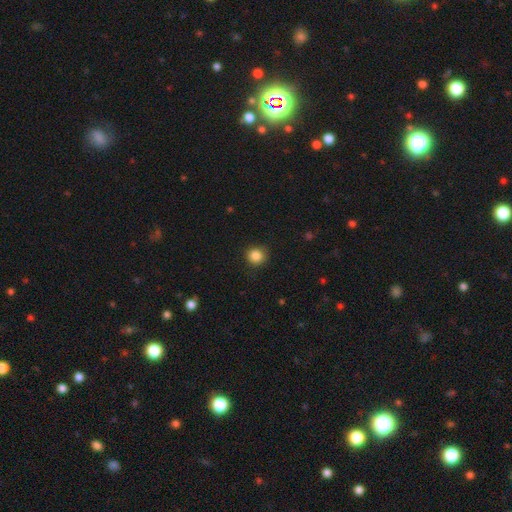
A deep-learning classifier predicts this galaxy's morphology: smooth-or-featured: smooth: 86% | star or artifact: 11% | featured or disk: 4%
  how-rounded: round: 92% | in between: 7% | cigar-shaped: 1%
  merging: none: 88% | minor disturbance: 9% | major disturbance: 2% | merger: 1%